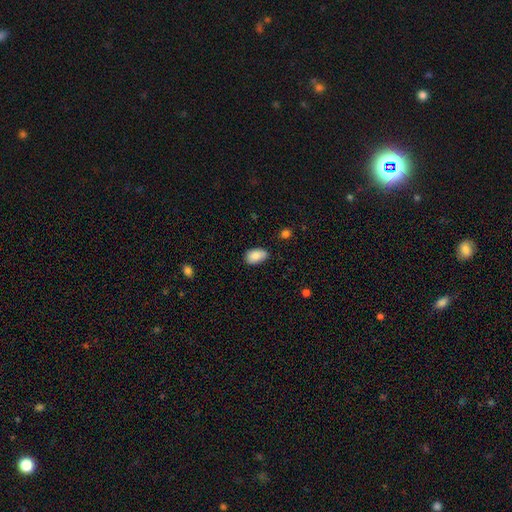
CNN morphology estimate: smooth_or_featured: smooth (p=0.87) [alt: star or artifact p=0.07]
how_rounded: in between (p=0.91) [alt: round p=0.07]
merging: none (p=0.73) [alt: minor disturbance p=0.23]